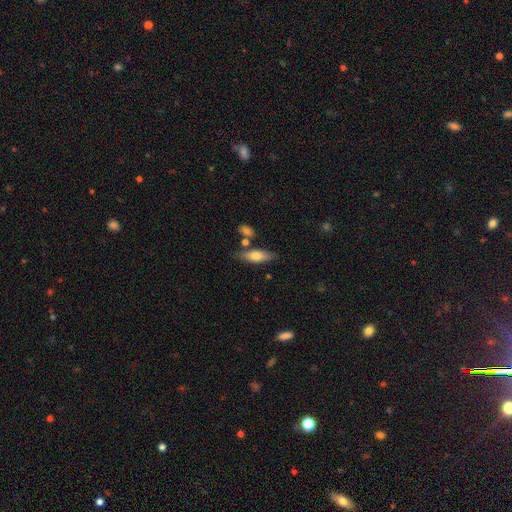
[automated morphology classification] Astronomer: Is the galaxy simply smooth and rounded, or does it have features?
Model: smooth — 67%.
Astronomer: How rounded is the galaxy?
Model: in between — 57% (runner-up: cigar-shaped, 40%).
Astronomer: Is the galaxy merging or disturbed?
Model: none — 73%.